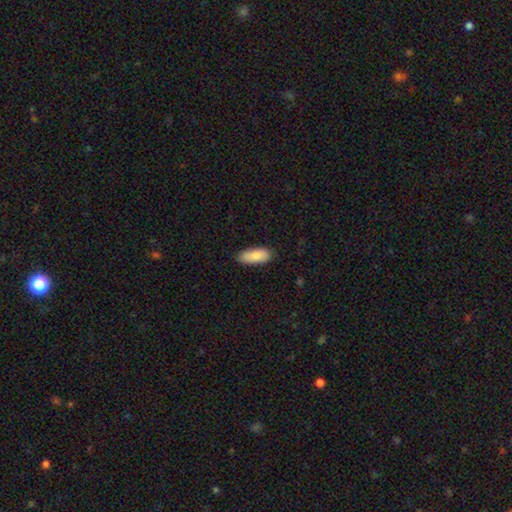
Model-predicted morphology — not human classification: Smooth or featured?
  - smooth: 86% *
  - featured or disk: 8%
  - star or artifact: 6%
How rounded?
  - in between: 81% *
  - cigar-shaped: 17%
  - round: 2%
Merging?
  - none: 85% *
  - minor disturbance: 12%
  - major disturbance: 2%
  - merger: 1%